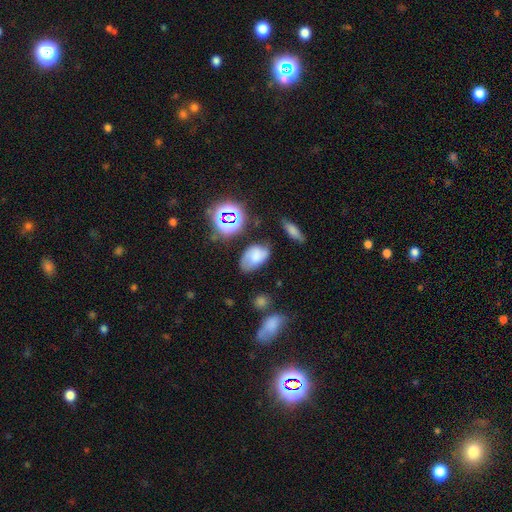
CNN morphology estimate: smooth-or-featured: smooth: 61% | featured or disk: 25% | star or artifact: 15%
  how-rounded: in between: 89% | round: 10% | cigar-shaped: 1%
  merging: none: 58% | minor disturbance: 27% | major disturbance: 9% | merger: 5%